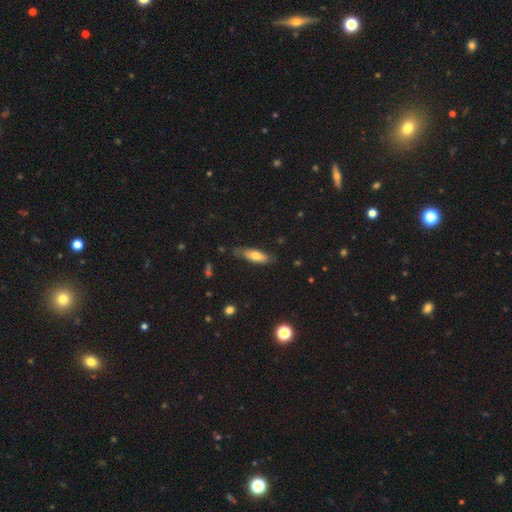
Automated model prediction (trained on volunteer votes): A smooth galaxy with no disk features (63%) that is in between round and cigar-shaped (53%).

Vote fractions:
- Smooth or featured? smooth: 63% / featured or disk: 31% / star or artifact: 6%
- How rounded? in between: 53% / cigar-shaped: 44% / round: 2%
- Merging? none: 70% / minor disturbance: 22% / major disturbance: 5% / merger: 2%